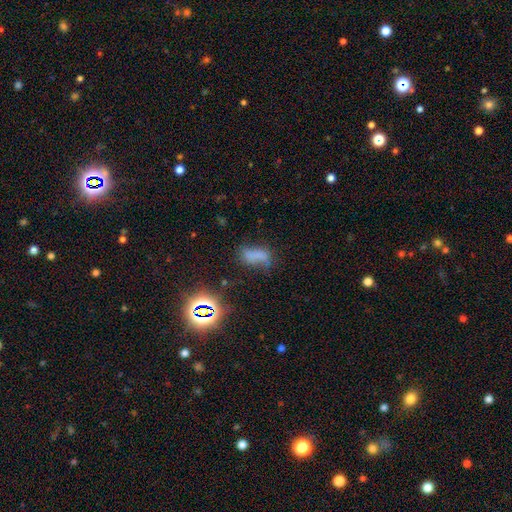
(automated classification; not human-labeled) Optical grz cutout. It shows a smooth galaxy with no disk features (55%) that is in between round and cigar-shaped (77%). Merging: none (44%).